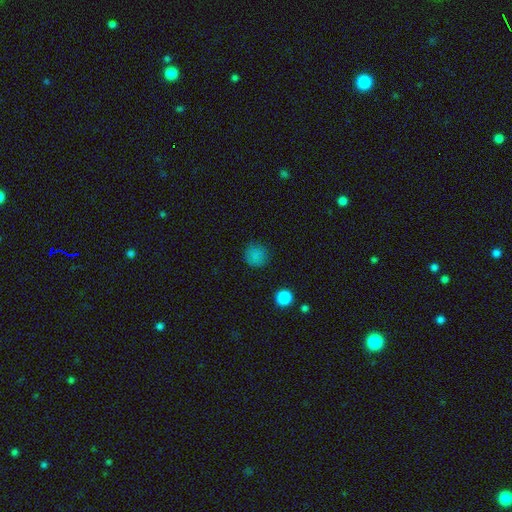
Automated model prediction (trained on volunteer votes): Overall: smooth (81%). How rounded: round (92%). Merging: none (85%).